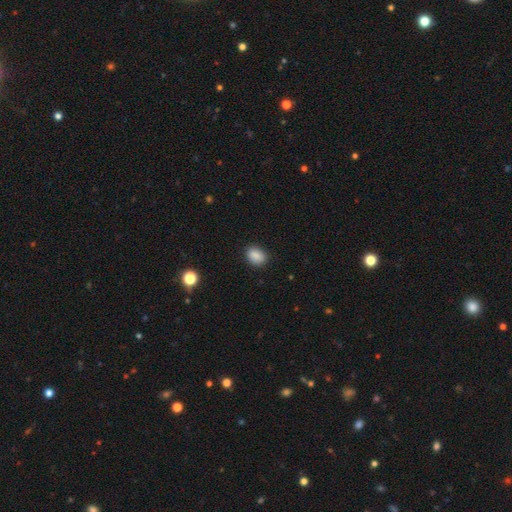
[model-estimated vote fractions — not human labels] Smooth or featured?
  - smooth: 87% *
  - star or artifact: 9%
  - featured or disk: 4%
How rounded?
  - in between: 67% *
  - round: 32%
  - cigar-shaped: 1%
Merging?
  - none: 85% *
  - minor disturbance: 11%
  - major disturbance: 3%
  - merger: 1%